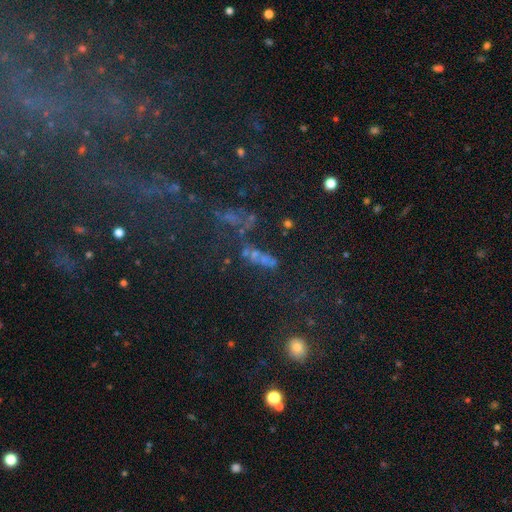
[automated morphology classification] type=star or artifact (43%).